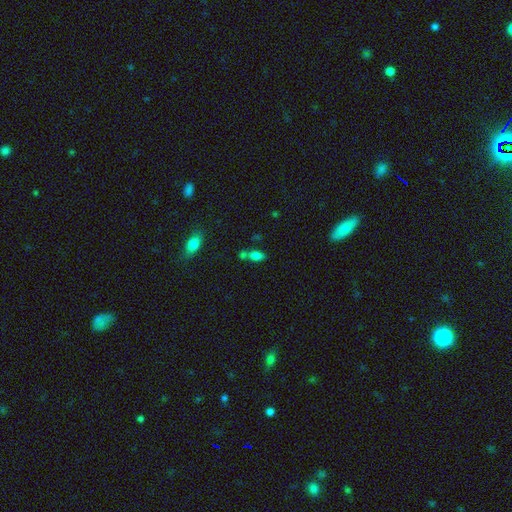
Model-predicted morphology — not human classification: This is likely a smooth galaxy (78%). How rounded: clearly in between (85%). Merging: marginally none (45%).